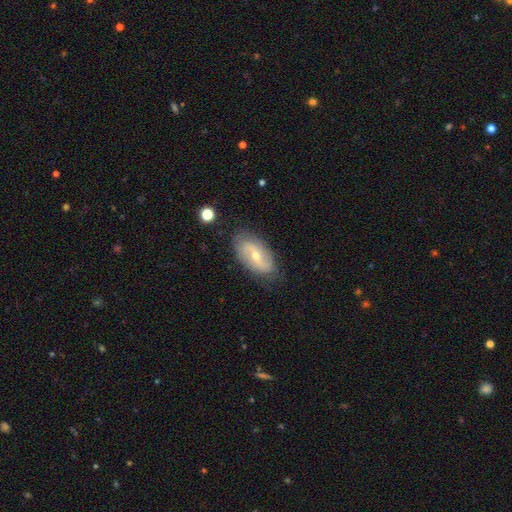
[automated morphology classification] smooth_or_featured: featured or disk (p=0.68) [alt: smooth p=0.25]
disk_edge_on: no (p=0.92) [alt: yes p=0.08]
bar: weak (p=0.42) [alt: no p=0.39]
has_spiral_arms: yes (p=0.80) [alt: no p=0.20]
spiral_winding: loose (p=0.44) [alt: medium p=0.34]
spiral_arm_count: 2 (p=0.83) [alt: can't tell p=0.12]
bulge_size: small (p=0.51) [alt: moderate p=0.46]
merging: none (p=0.82) [alt: minor disturbance p=0.14]